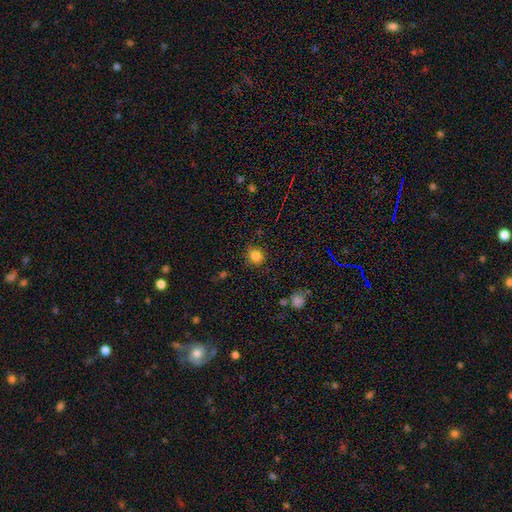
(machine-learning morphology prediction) smooth_or_featured: smooth (p=0.83) [alt: star or artifact p=0.12]
how_rounded: round (p=0.78) [alt: in between p=0.21]
merging: none (p=0.85) [alt: minor disturbance p=0.10]